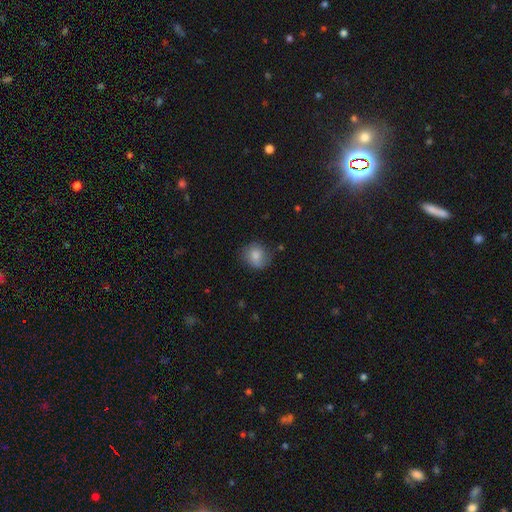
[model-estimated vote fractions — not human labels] Smooth or featured? smooth (79%)
How rounded? round (79%)
Merging? none (70%)